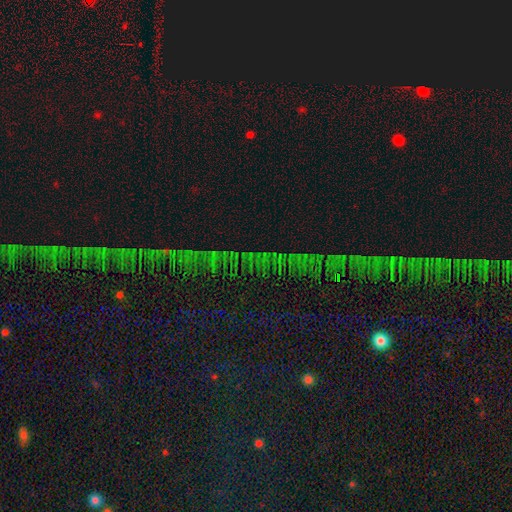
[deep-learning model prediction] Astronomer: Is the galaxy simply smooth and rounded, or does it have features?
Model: star or artifact — 78%.